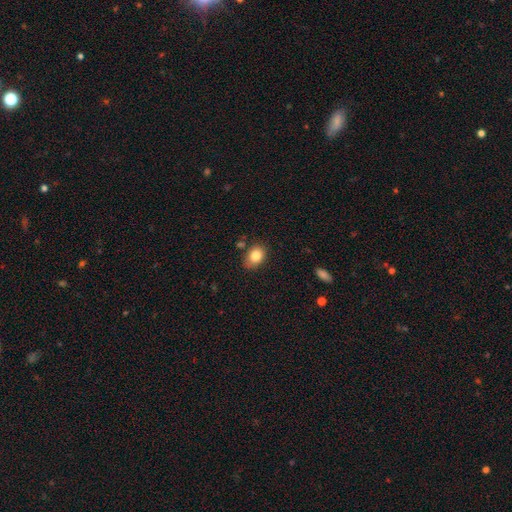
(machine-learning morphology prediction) The model was most divided on "how rounded": in between: 71%, round: 28%, cigar-shaped: 1%. More confident: smooth or featured — smooth (82%); merging — none (75%).